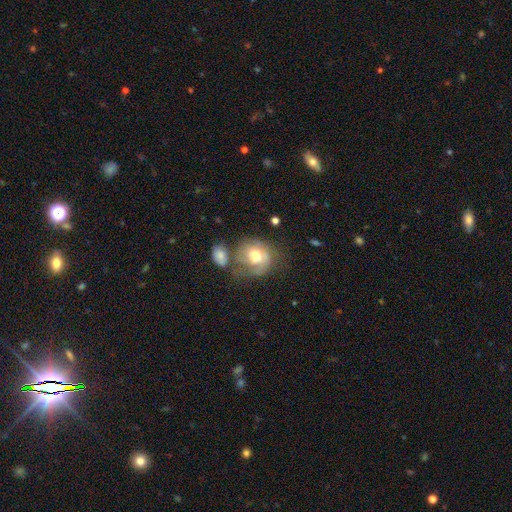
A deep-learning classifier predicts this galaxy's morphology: This appears to be a smooth galaxy with no disk features (48%). Merging: none (29%).